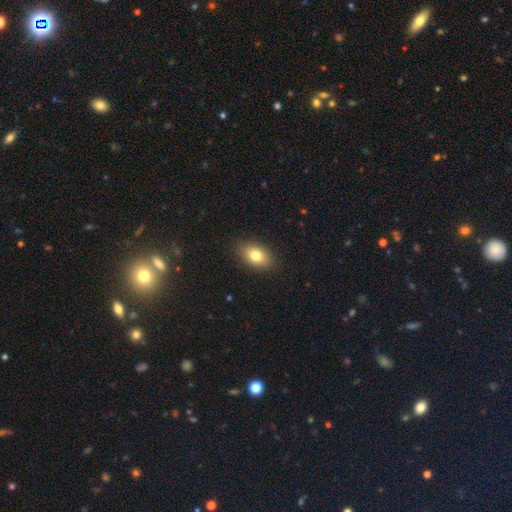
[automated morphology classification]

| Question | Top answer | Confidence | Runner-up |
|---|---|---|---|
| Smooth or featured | smooth | 80% | featured or disk (12%) |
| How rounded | in between | 86% | round (13%) |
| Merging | none | 86% | minor disturbance (10%) |